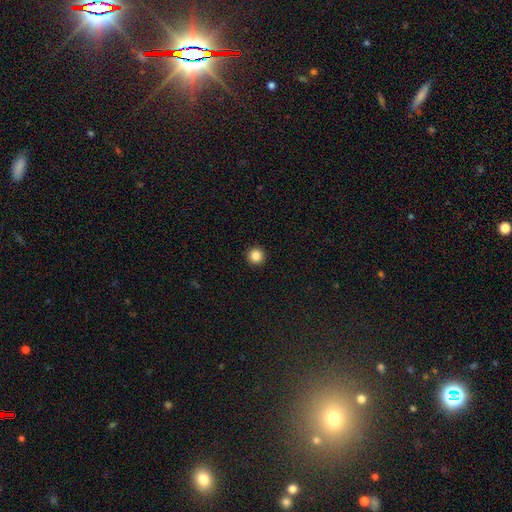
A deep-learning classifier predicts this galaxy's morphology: type=smooth (85%); roundness=round (96%); merging=none (94%).